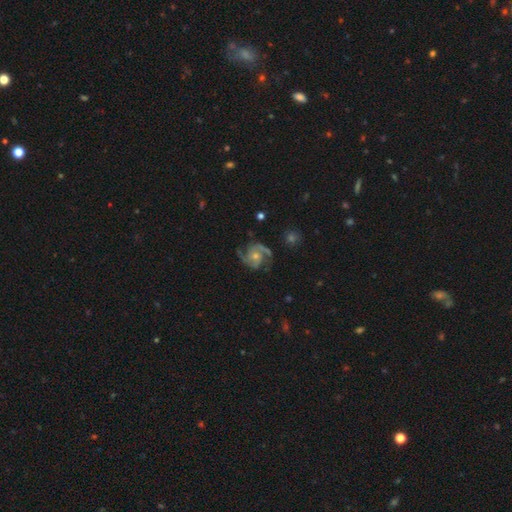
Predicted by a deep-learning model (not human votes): A featured or disk galaxy (89%) with no bar (70%), 2 (65%) medium (56%) spiral arms (98%) and a moderate central bulge (48%). Merging: none (73%).